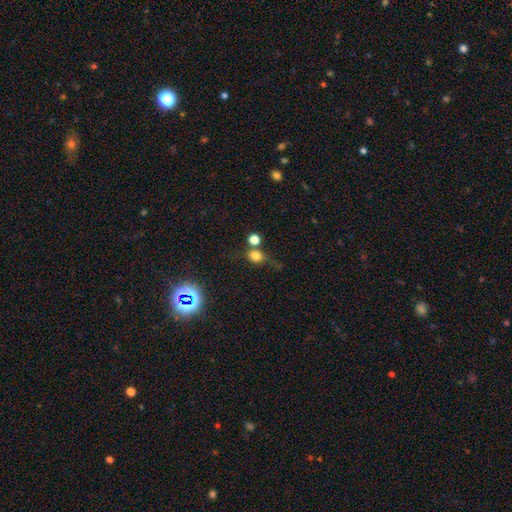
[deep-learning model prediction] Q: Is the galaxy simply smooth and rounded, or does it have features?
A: smooth — 75%.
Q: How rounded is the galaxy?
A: round — 73%.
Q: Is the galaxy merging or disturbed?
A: none — 53%.